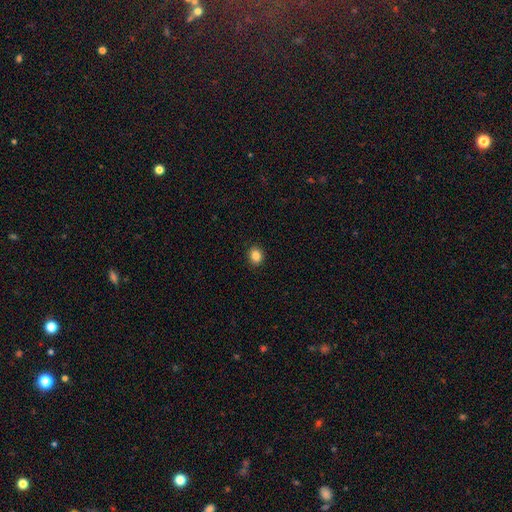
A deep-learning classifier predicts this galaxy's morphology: smooth-or-featured: smooth: 85% | star or artifact: 10% | featured or disk: 4%
  how-rounded: round: 72% | in between: 27% | cigar-shaped: 1%
  merging: none: 91% | minor disturbance: 6% | major disturbance: 2% | merger: 1%